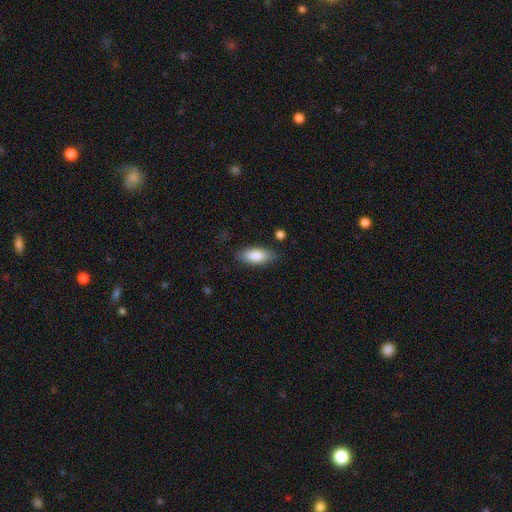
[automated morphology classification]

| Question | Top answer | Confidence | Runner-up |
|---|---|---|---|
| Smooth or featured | smooth | 86% | featured or disk (8%) |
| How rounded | in between | 84% | cigar-shaped (14%) |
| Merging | none | 82% | minor disturbance (13%) |